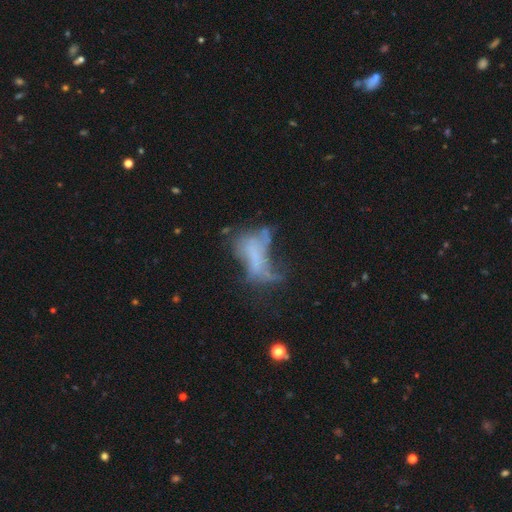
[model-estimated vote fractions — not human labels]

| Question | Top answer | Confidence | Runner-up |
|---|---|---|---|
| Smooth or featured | featured or disk | 49% | smooth (32%) |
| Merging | major disturbance | 47% | none (22%) |